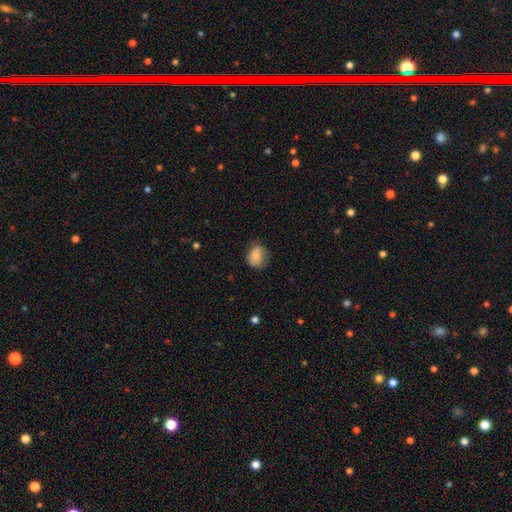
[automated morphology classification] Overall: smooth (79%). How rounded: in between (57%; round 42%). Merging: none (63%; minor disturbance 27%).